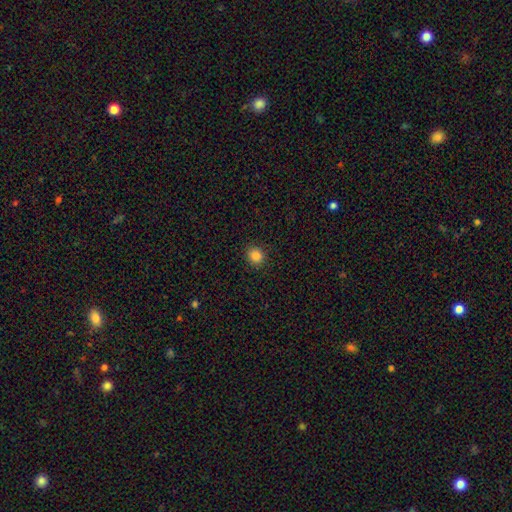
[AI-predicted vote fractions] A smooth galaxy with no disk features (85%) that is round (86%).

Vote fractions:
- Smooth or featured? smooth: 85% / star or artifact: 11% / featured or disk: 4%
- How rounded? round: 86% / in between: 13% / cigar-shaped: 1%
- Merging? none: 91% / minor disturbance: 6% / major disturbance: 2% / merger: 1%